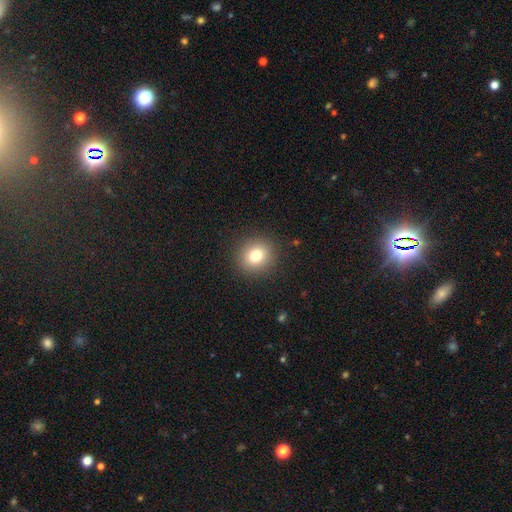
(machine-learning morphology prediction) Q: Smooth or featured?
A: smooth (78%); runner-up: star or artifact (12%)
Q: How rounded?
A: round (83%); runner-up: in between (16%)
Q: Merging?
A: none (90%); runner-up: minor disturbance (6%)